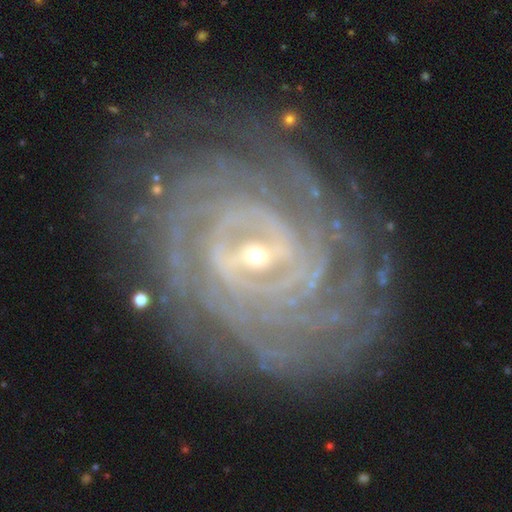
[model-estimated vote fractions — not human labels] featured or disk 91%, star or artifact 5%, smooth 4%. Down the decision tree: edge-on disk — no (97%); bar — weak (45%); spiral arms — yes (98%); spiral arm count — can't tell (26%); spiral winding — tight (87%); bulge size — small (69%); merging — none (82%).